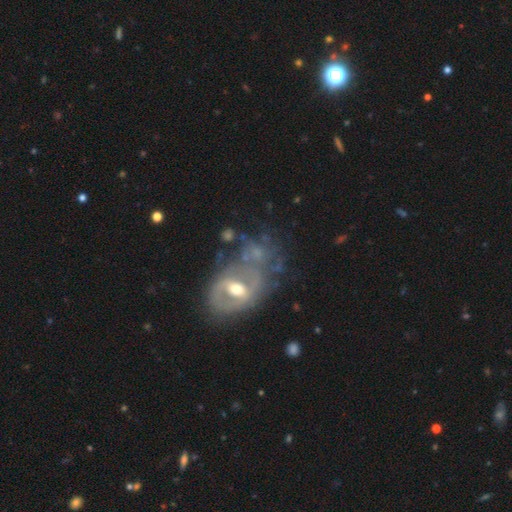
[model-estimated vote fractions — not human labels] Smooth or featured?
  - featured or disk: 72% *
  - smooth: 19%
  - star or artifact: 10%
Edge-on disk?
  - no: 95% *
  - yes: 5%
Bar?
  - weak: 44% *
  - no: 32%
  - strong: 24%
Spiral arms?
  - no: 51% *
  - yes: 49%
Bulge size?
  - moderate: 70% *
  - small: 17%
  - large: 9%
  - none: 3%
  - dominant: 1%
Merging?
  - none: 36% *
  - major disturbance: 26%
  - minor disturbance: 22%
  - merger: 17%